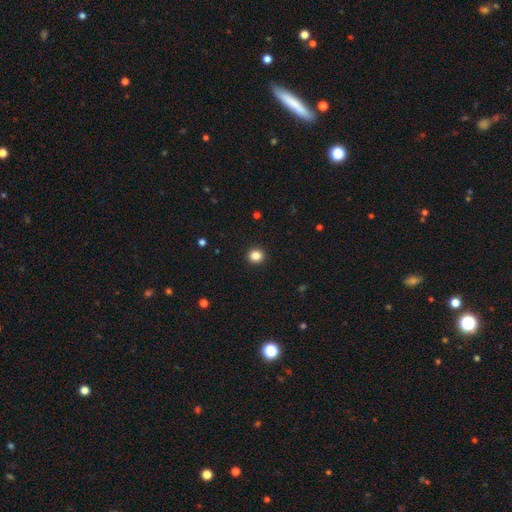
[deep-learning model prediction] Q: Smooth or featured?
A: smooth (86%); runner-up: star or artifact (11%)
Q: How rounded?
A: round (84%); runner-up: in between (15%)
Q: Merging?
A: none (92%); runner-up: minor disturbance (5%)